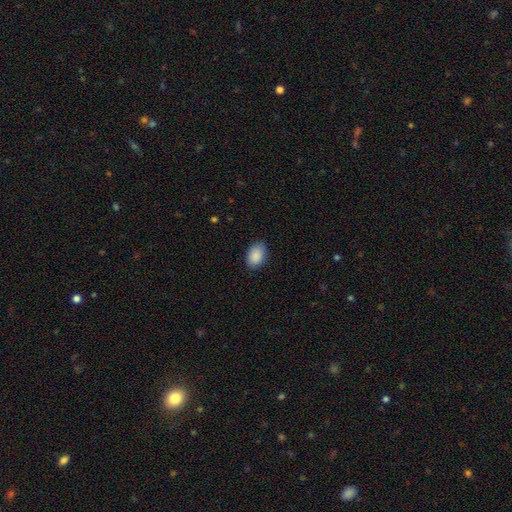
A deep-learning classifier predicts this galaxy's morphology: A smooth galaxy with no disk features (90%) that is in between round and cigar-shaped (88%). Merging: none (84%).